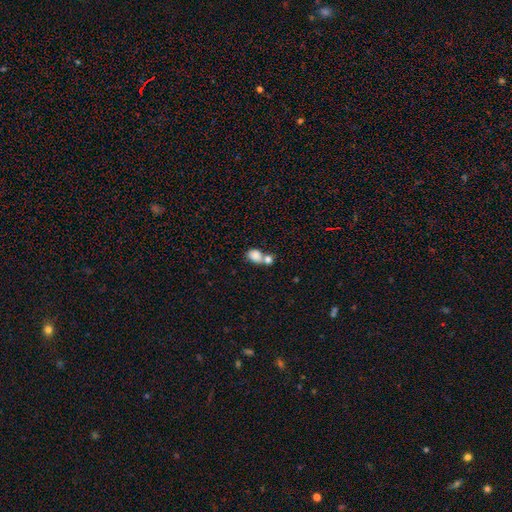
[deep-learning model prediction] Smooth or featured: smooth — 81% (featured or disk — 10%)
How rounded: in between — 67% (round — 31%)
Merging: merger — 59% (none — 29%)